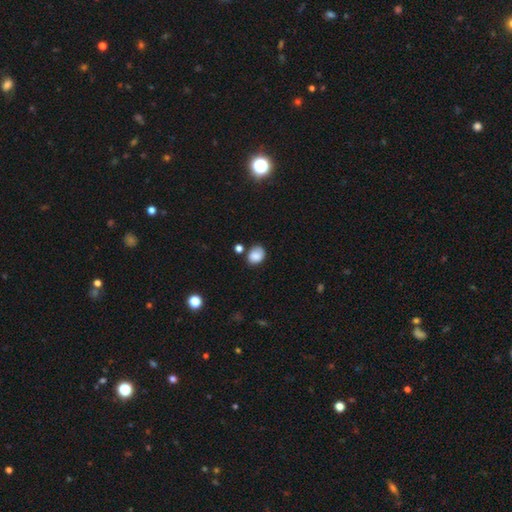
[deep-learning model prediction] A smooth galaxy with no disk features (83%) that is in between round and cigar-shaped (55%). Merging: none (64%).